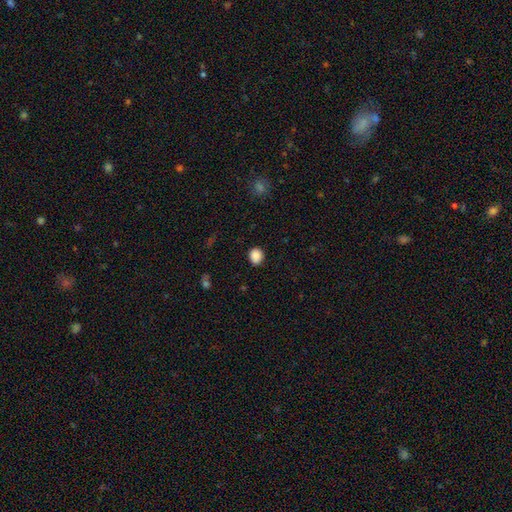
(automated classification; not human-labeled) This is clearly a smooth galaxy (88%). How rounded: likely round (72%). Merging: clearly none (87%).